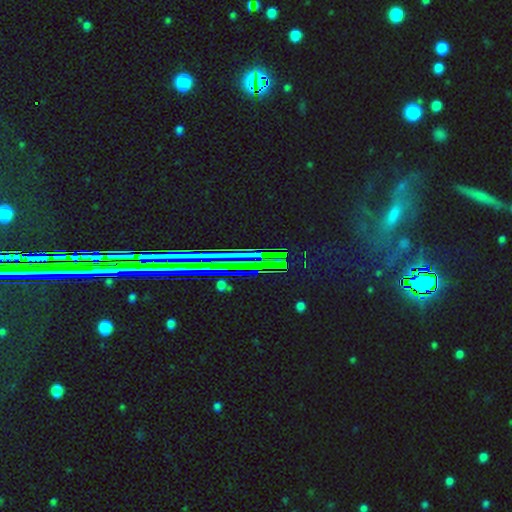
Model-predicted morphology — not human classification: Smooth or featured? Predicted: star or artifact (p=0.74).